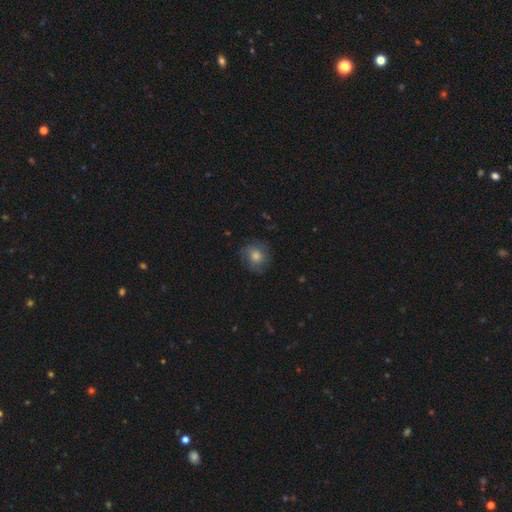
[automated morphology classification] Smooth or featured? Predicted: smooth (p=0.57). How rounded? Predicted: round (p=0.83). Merging? Predicted: none (p=0.78).